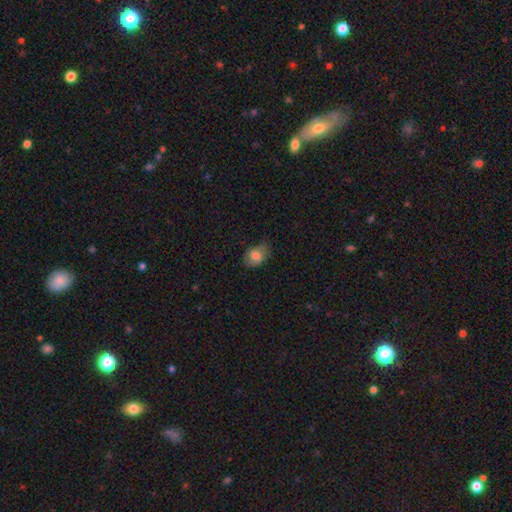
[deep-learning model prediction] The model was most divided on "merging": none: 55%, minor disturbance: 32%, major disturbance: 11%, merger: 1%. More confident: smooth or featured — smooth (76%); how rounded — in between (76%).